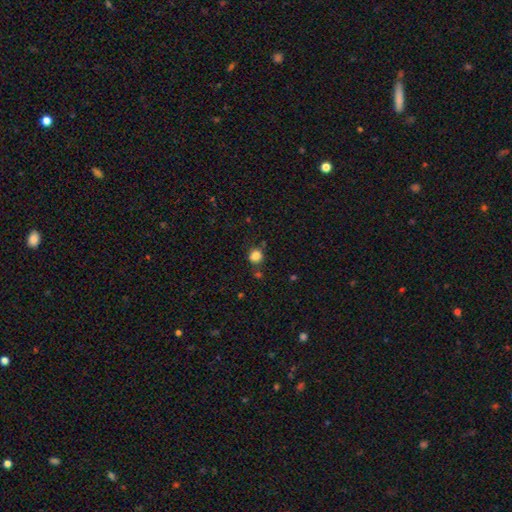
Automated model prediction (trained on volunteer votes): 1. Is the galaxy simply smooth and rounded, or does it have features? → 83% smooth, 12% star or artifact, 5% featured or disk.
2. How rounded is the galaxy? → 87% round, 12% in between, 1% cigar-shaped.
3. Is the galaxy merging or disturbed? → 76% none, 13% minor disturbance, 8% merger, 4% major disturbance.